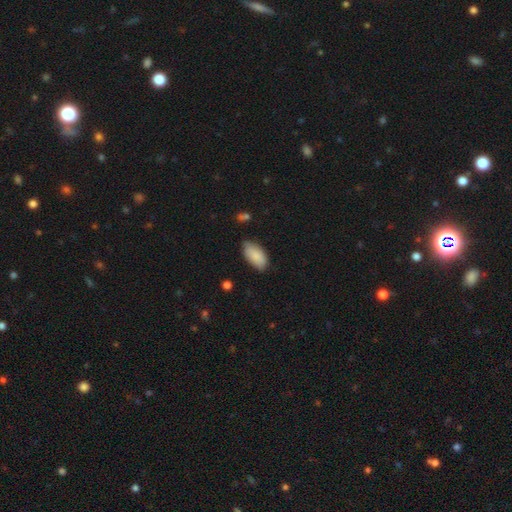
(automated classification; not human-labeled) This is clearly a smooth galaxy (86%). How rounded: clearly in between (94%). Merging: likely none (68%).